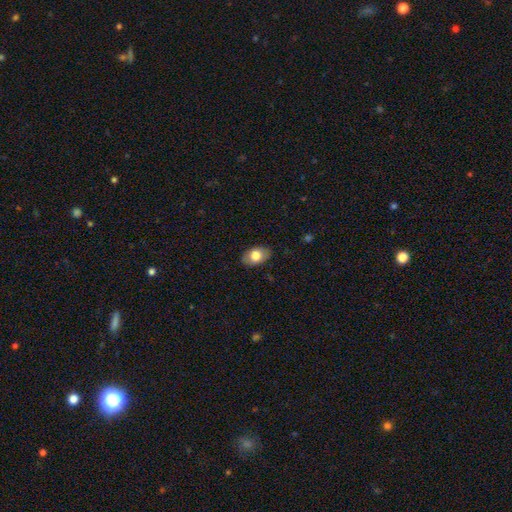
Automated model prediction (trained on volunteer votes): Smooth or featured: smooth — 79% (featured or disk — 14%)
How rounded: in between — 86% (round — 12%)
Merging: none — 85% (minor disturbance — 11%)